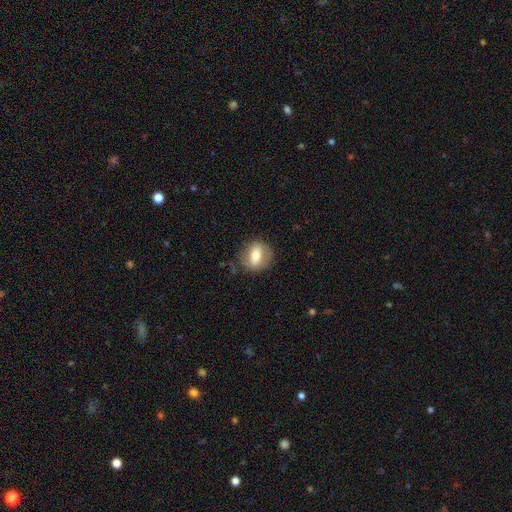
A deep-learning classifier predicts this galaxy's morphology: Smooth or featured? smooth (59%)
How rounded? in between (51%)
Merging? none (77%)